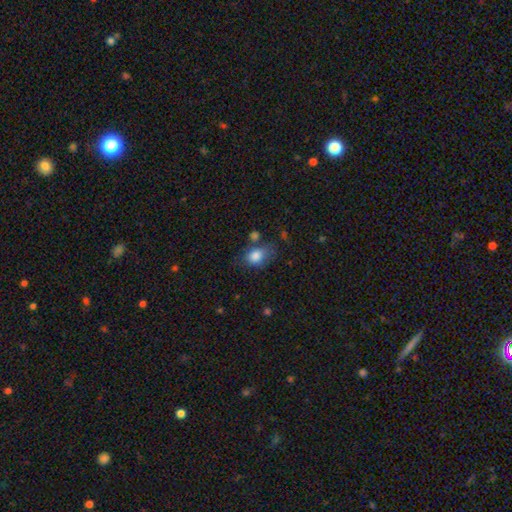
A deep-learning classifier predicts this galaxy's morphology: The model was most divided on "merging": none: 51%, minor disturbance: 27%, major disturbance: 13%, merger: 10%. More confident: smooth or featured — smooth (82%); how rounded — in between (71%).